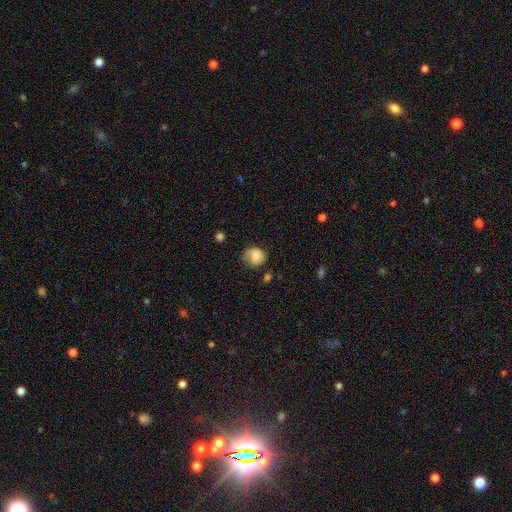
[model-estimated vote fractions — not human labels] A smooth galaxy with no disk features (71%) that is round (65%).

Vote fractions:
- Smooth or featured? smooth: 71% / featured or disk: 20% / star or artifact: 9%
- How rounded? round: 65% / in between: 34% / cigar-shaped: 1%
- Merging? none: 40% / minor disturbance: 32% / major disturbance: 25% / merger: 4%